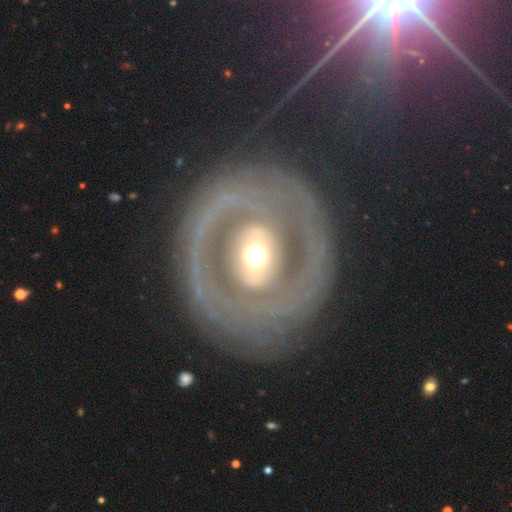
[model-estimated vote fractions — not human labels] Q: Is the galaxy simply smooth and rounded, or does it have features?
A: featured or disk — 78%.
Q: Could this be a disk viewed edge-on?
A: no — 95%.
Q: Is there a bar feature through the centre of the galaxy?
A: no — 46%.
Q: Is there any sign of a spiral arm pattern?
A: yes — 55%.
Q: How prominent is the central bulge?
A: moderate — 62%.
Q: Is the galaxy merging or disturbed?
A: none — 78%.